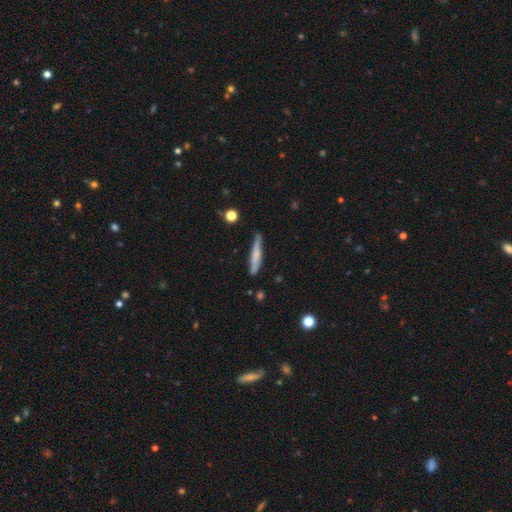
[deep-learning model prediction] Q: Smooth or featured?
A: smooth (58%); runner-up: featured or disk (35%)
Q: How rounded?
A: cigar-shaped (92%); runner-up: in between (6%)
Q: Merging?
A: none (76%); runner-up: minor disturbance (18%)